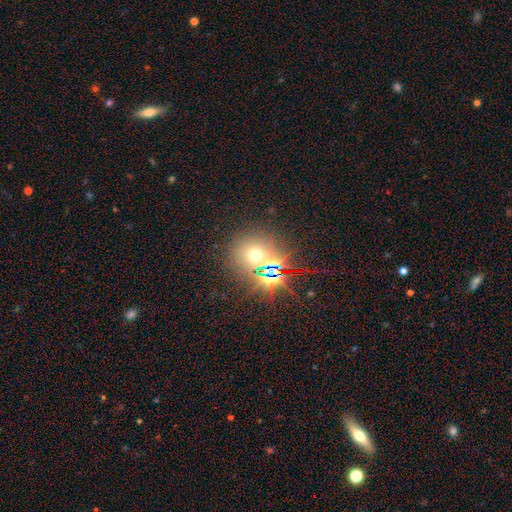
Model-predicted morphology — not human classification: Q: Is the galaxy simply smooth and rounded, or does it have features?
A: smooth — 50%.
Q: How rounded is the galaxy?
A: round — 86%.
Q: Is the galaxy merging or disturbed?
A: none — 73%.